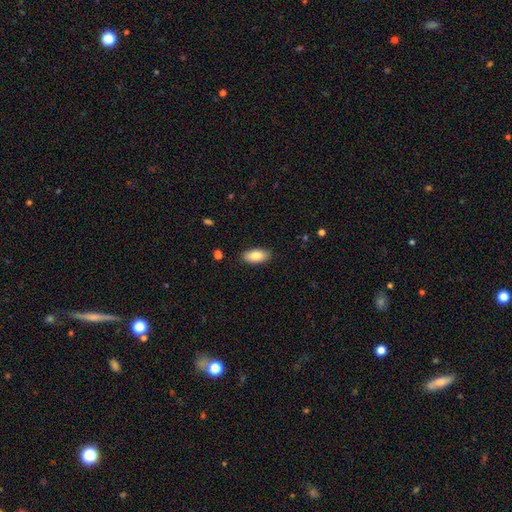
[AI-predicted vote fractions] A smooth galaxy with no disk features (86%) that is in between round and cigar-shaped (91%).

Vote fractions:
- Smooth or featured? smooth: 86% / featured or disk: 8% / star or artifact: 6%
- How rounded? in between: 91% / cigar-shaped: 7% / round: 2%
- Merging? none: 88% / minor disturbance: 9% / major disturbance: 2% / merger: 1%